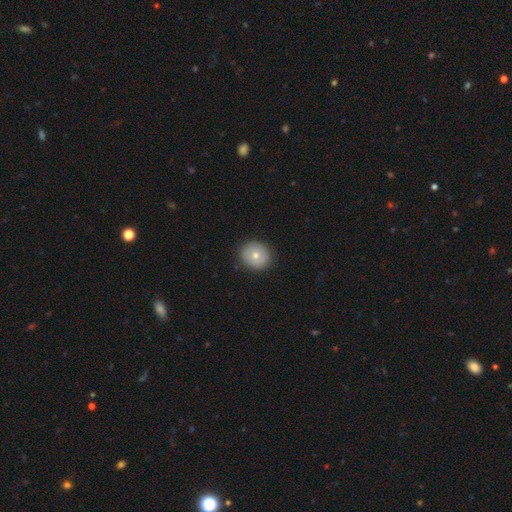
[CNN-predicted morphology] smooth 69%, featured or disk 23%, star or artifact 8%. Down the decision tree: how rounded — round (86%); merging — none (88%).